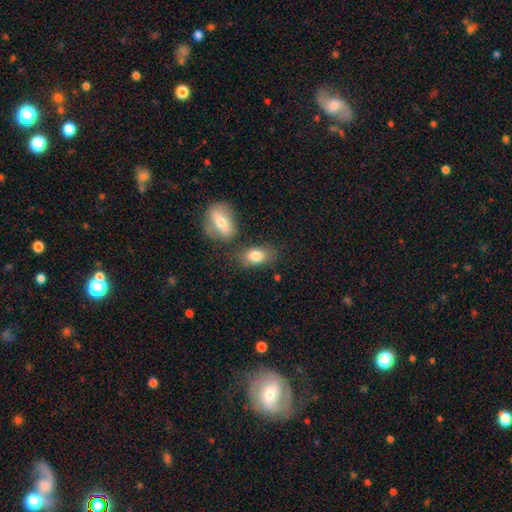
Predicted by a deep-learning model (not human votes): Smooth or featured?
  - smooth: 80% *
  - featured or disk: 13%
  - star or artifact: 7%
How rounded?
  - in between: 86% *
  - round: 11%
  - cigar-shaped: 3%
Merging?
  - none: 63% *
  - merger: 18%
  - minor disturbance: 15%
  - major disturbance: 5%